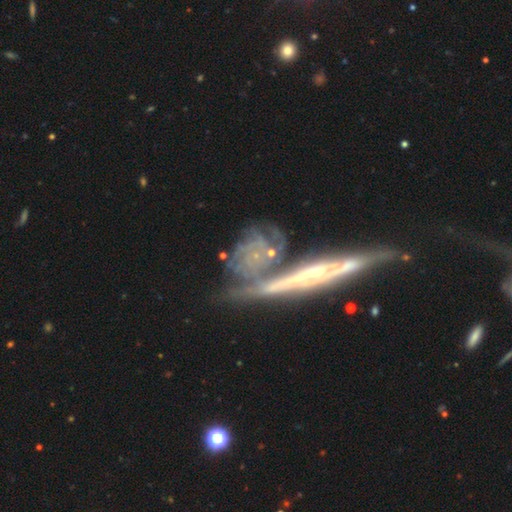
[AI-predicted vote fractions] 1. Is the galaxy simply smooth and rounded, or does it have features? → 77% featured or disk, 15% smooth, 8% star or artifact.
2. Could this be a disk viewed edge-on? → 55% no, 45% yes.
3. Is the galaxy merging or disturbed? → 41% none, 33% merger, 16% minor disturbance, 10% major disturbance.